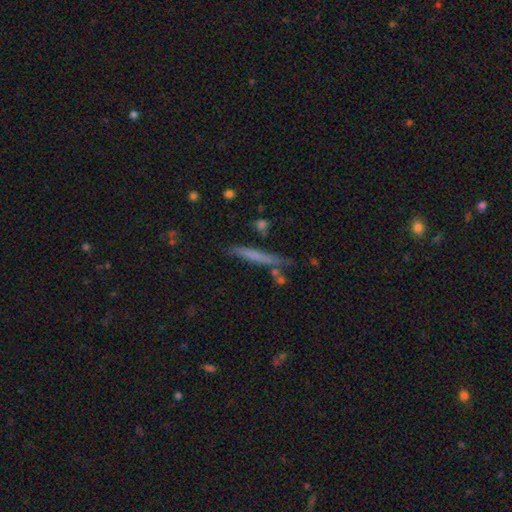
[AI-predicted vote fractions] This appears to be a smooth galaxy with no disk features (58%) that is cigar-shaped (95%). Merging: none (80%).